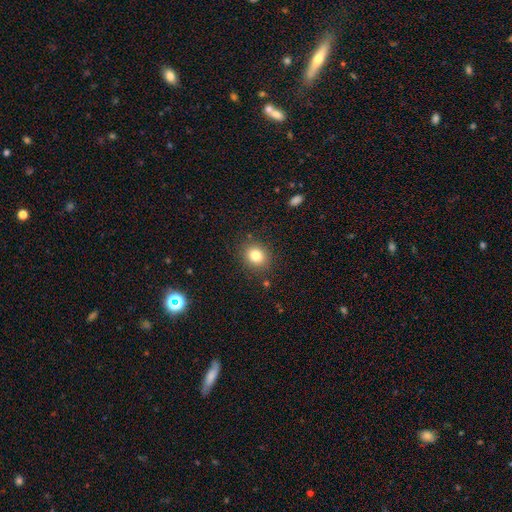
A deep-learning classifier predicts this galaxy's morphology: Q: Smooth or featured?
A: smooth (81%); runner-up: star or artifact (12%)
Q: How rounded?
A: round (72%); runner-up: in between (27%)
Q: Merging?
A: none (88%); runner-up: minor disturbance (8%)